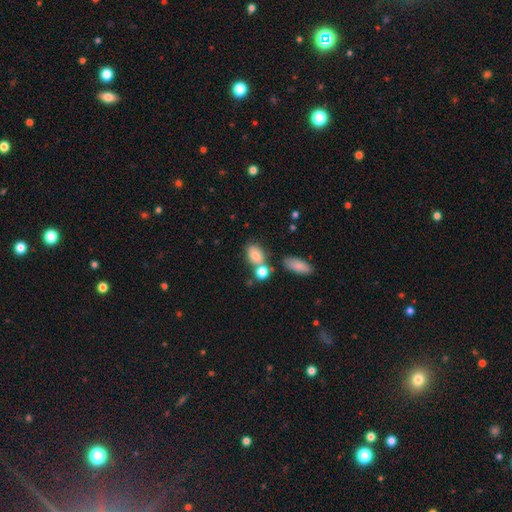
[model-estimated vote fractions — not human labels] The model was most divided on "merging": none: 55%, merger: 26%, minor disturbance: 14%, major disturbance: 5%. More confident: smooth or featured — smooth (78%); how rounded — in between (75%).